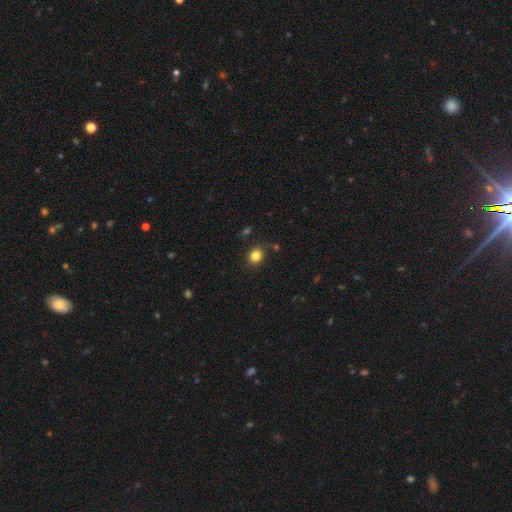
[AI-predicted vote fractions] Smooth or featured?
  - smooth: 83% *
  - star or artifact: 11%
  - featured or disk: 5%
How rounded?
  - round: 70% *
  - in between: 29%
  - cigar-shaped: 1%
Merging?
  - none: 84% *
  - minor disturbance: 10%
  - major disturbance: 3%
  - merger: 3%